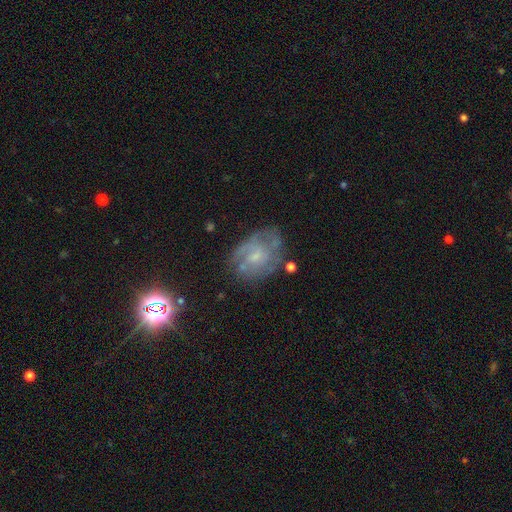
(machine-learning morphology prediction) Smooth or featured?
  - featured or disk: 62% *
  - smooth: 22%
  - star or artifact: 16%
Edge-on disk?
  - no: 97% *
  - yes: 3%
Bar?
  - no: 66% *
  - weak: 30%
  - strong: 4%
Spiral arms?
  - yes: 76% *
  - no: 24%
Bulge size?
  - small: 54% *
  - moderate: 27%
  - none: 16%
  - large: 2%
  - dominant: 1%
Merging?
  - none: 63% *
  - minor disturbance: 22%
  - major disturbance: 12%
  - merger: 3%